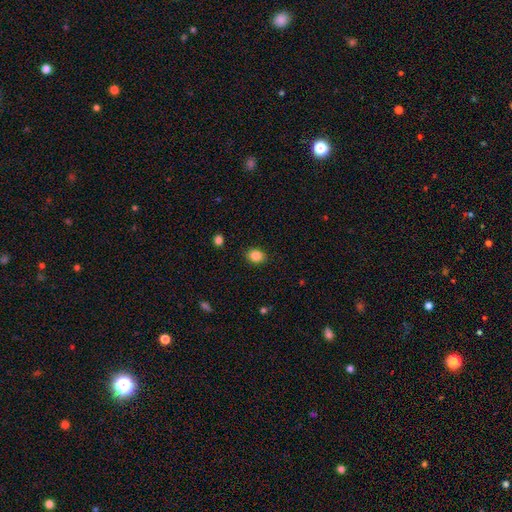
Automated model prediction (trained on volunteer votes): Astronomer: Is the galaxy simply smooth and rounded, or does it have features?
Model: smooth — 86%.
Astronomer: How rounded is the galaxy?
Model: in between — 53% (runner-up: round, 46%).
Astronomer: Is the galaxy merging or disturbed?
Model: none — 88%.